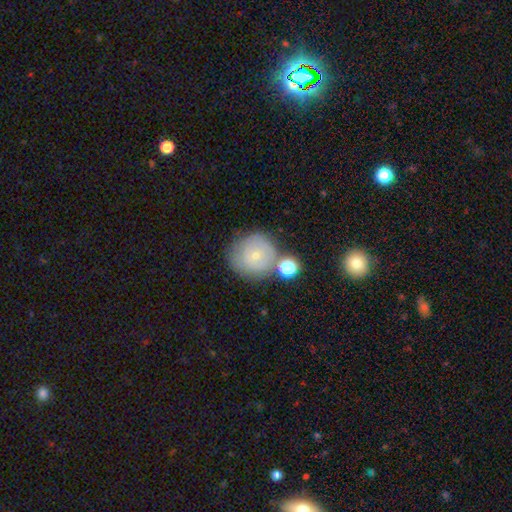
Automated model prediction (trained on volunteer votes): smooth-or-featured: smooth: 62% | featured or disk: 29% | star or artifact: 9%
  how-rounded: round: 92% | in between: 7% | cigar-shaped: 1%
  merging: none: 62% | minor disturbance: 17% | merger: 15% | major disturbance: 6%